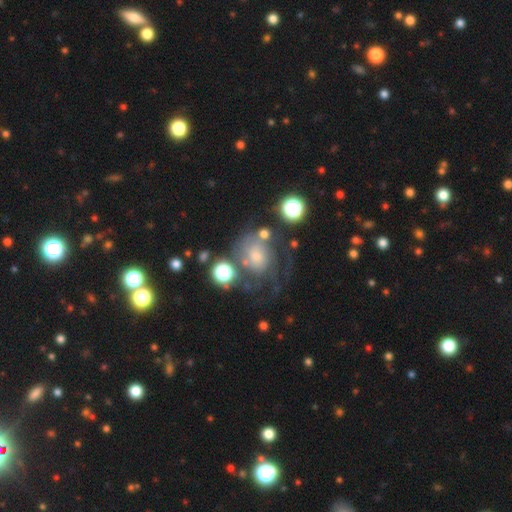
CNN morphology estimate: featured or disk 56%, smooth 30%, star or artifact 15%. Down the decision tree: edge-on disk — no (97%); bar — no (73%); spiral arms — yes (78%); bulge size — moderate (32%); merging — none (40%).